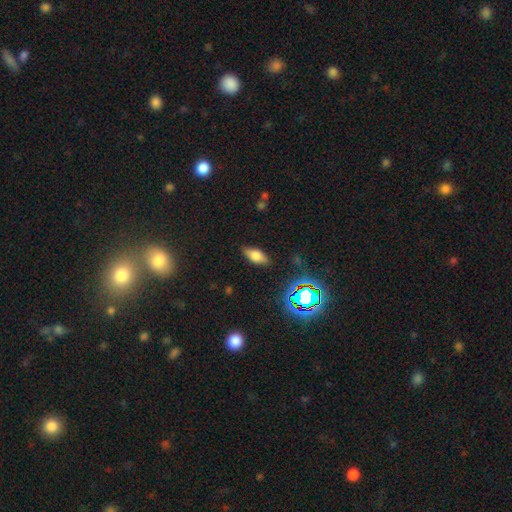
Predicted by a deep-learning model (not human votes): Smooth or featured? Predicted: smooth (p=0.68). How rounded? Predicted: in between (p=0.84). Merging? Predicted: none (p=0.83).